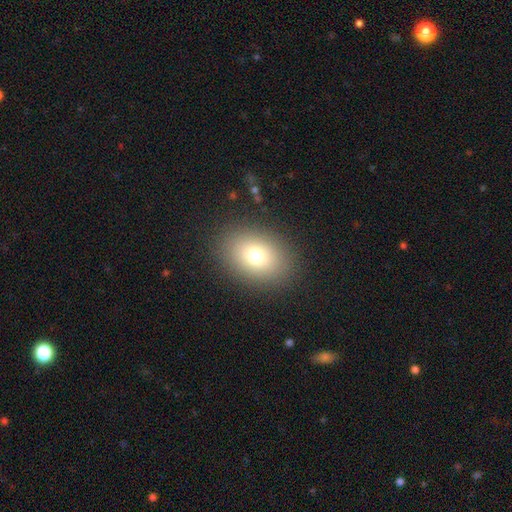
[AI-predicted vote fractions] This is likely a smooth galaxy (76%). How rounded: likely in between (68%). Merging: clearly none (88%).